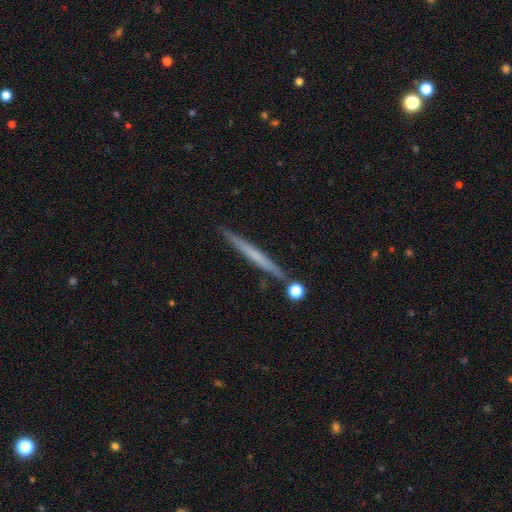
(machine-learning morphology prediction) smooth_or_featured: featured or disk (p=0.50) [alt: smooth p=0.44]
merging: none (p=0.86) [alt: minor disturbance p=0.08]